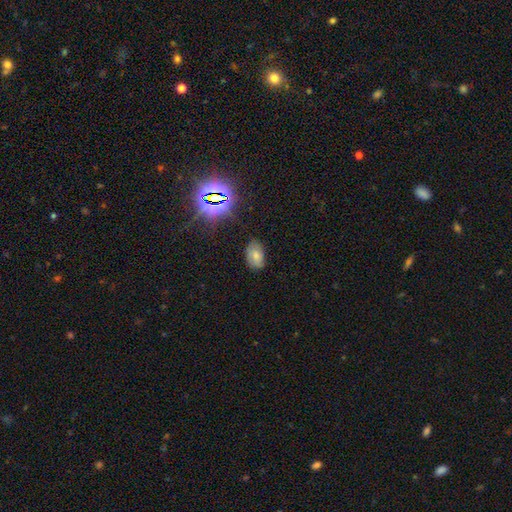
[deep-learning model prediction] A smooth galaxy with no disk features (71%) that is in between round and cigar-shaped (88%). Merging: none (76%).